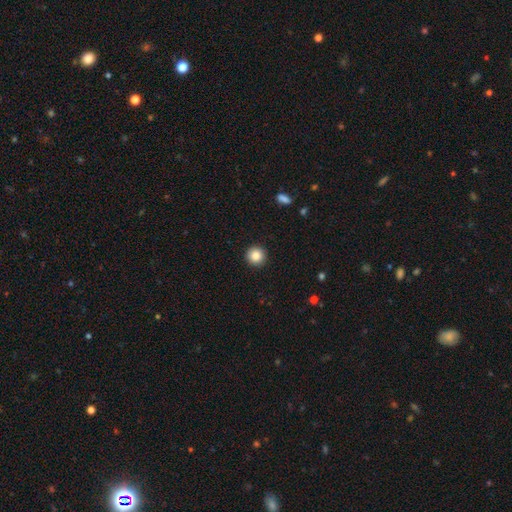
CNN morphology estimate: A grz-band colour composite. It shows a smooth galaxy with no disk features (86%) that is round (95%). Merging: none (93%).